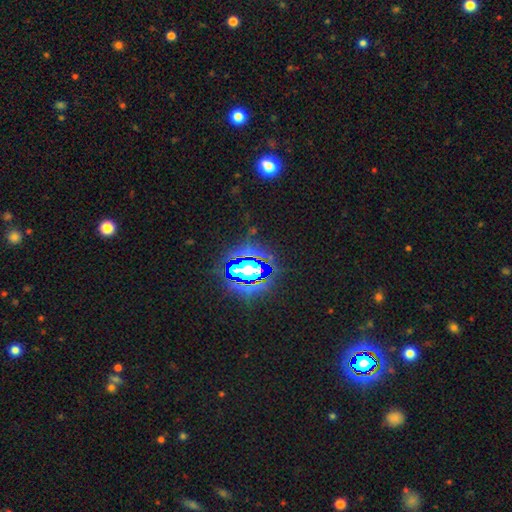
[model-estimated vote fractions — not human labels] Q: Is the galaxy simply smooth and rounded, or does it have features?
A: star or artifact — 65%.